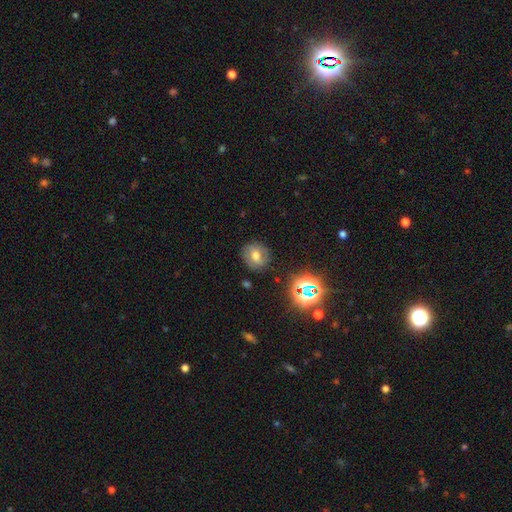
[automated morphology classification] Smooth or featured: smooth — 55% (featured or disk — 27%)
How rounded: round — 69% (in between — 30%)
Merging: none — 83% (minor disturbance — 11%)